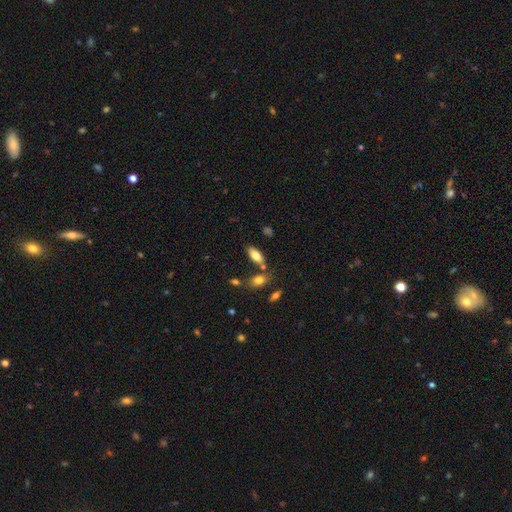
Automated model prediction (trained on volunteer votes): Q: Smooth or featured?
A: smooth (75%); runner-up: featured or disk (17%)
Q: How rounded?
A: in between (85%); runner-up: cigar-shaped (12%)
Q: Merging?
A: none (70%); runner-up: merger (14%)